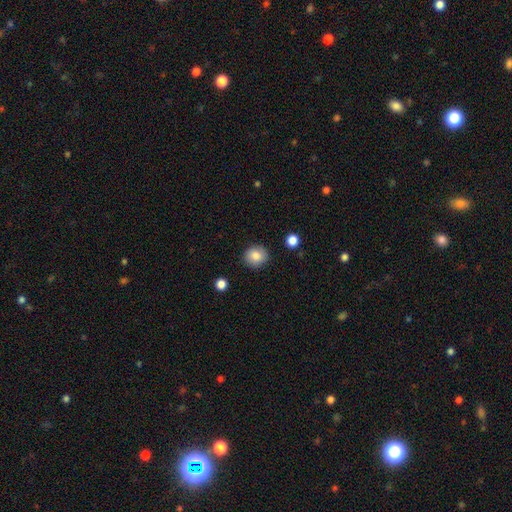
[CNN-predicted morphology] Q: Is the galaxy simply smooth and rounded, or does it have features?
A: smooth — 84%.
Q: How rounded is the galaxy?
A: round — 84%.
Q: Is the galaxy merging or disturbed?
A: none — 89%.